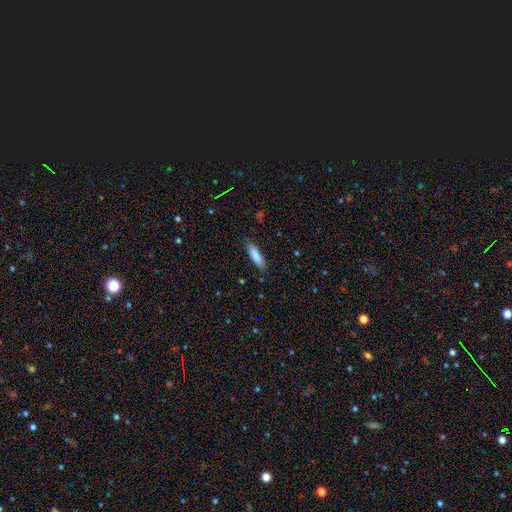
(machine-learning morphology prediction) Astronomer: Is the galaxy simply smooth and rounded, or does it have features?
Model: smooth — 85%.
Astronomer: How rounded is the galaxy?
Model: cigar-shaped — 68%.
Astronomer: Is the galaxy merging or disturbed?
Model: none — 87%.